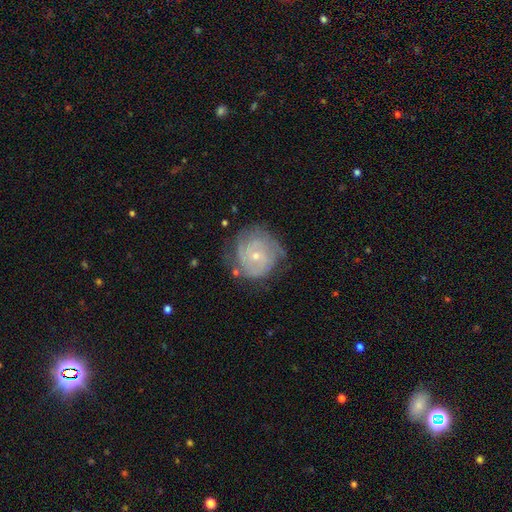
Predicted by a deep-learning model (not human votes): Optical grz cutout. It shows a featured or disk galaxy (83%) with no bar (67%), 2 (30%) tight (69%) spiral arms (95%) and a small central bulge (71%). Merging: none (69%).